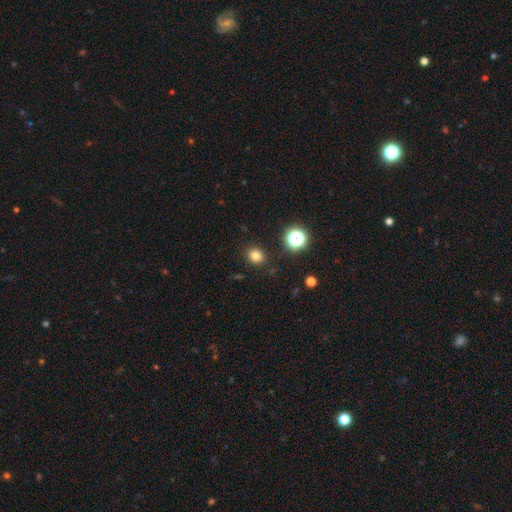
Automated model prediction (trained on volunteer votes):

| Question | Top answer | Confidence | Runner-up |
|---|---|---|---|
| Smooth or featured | smooth | 78% | star or artifact (16%) |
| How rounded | round | 68% | in between (32%) |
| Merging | none | 88% | minor disturbance (7%) |